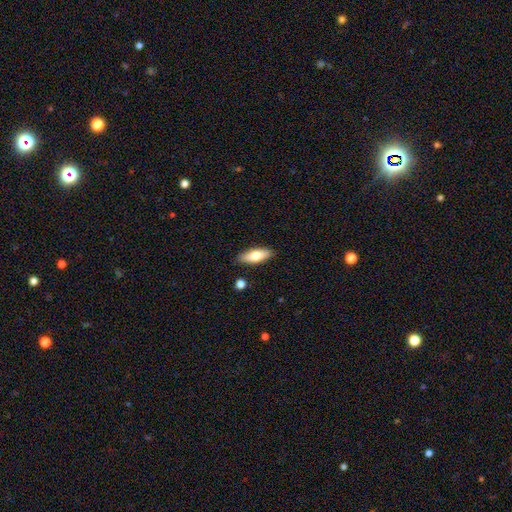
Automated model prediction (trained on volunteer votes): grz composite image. It shows a smooth galaxy with no disk features (72%) that is in between round and cigar-shaped (70%). Merging: none (86%).